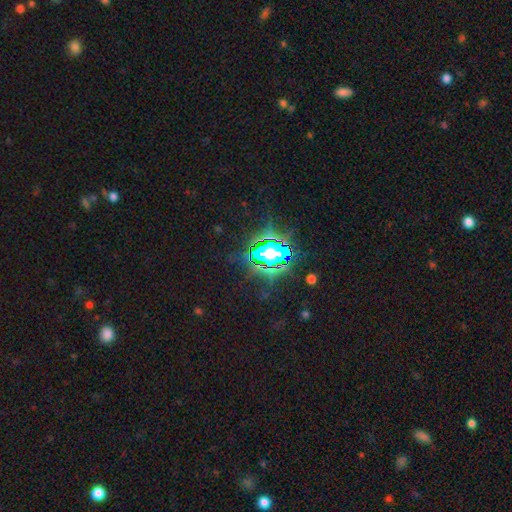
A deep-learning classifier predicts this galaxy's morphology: Smooth or featured? Predicted: star or artifact (p=0.78).